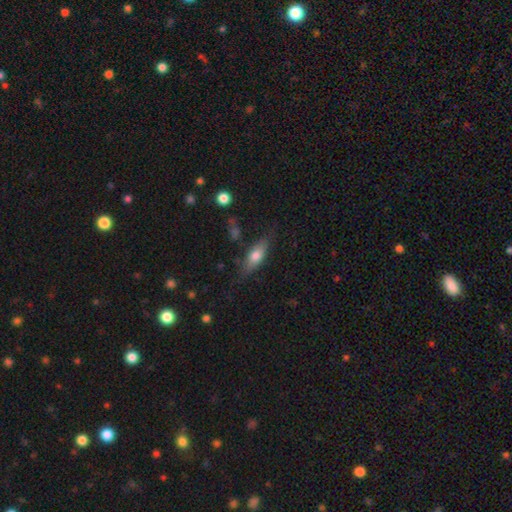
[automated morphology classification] This is likely a smooth galaxy (66%). How rounded: likely in between (63%). Merging: likely none (73%).